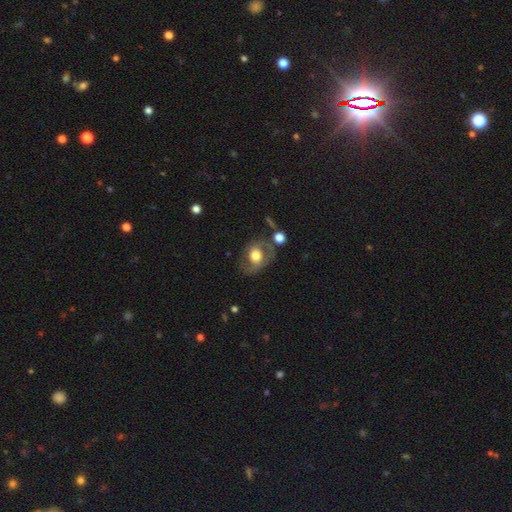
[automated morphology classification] Overall: smooth (46%, tied with featured or disk). Merging: none (61%).